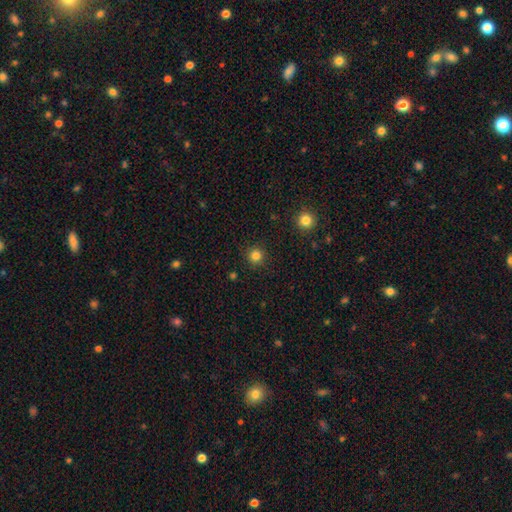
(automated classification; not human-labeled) Morphology: type=smooth (83%); roundness=round (95%); merging=none (91%).